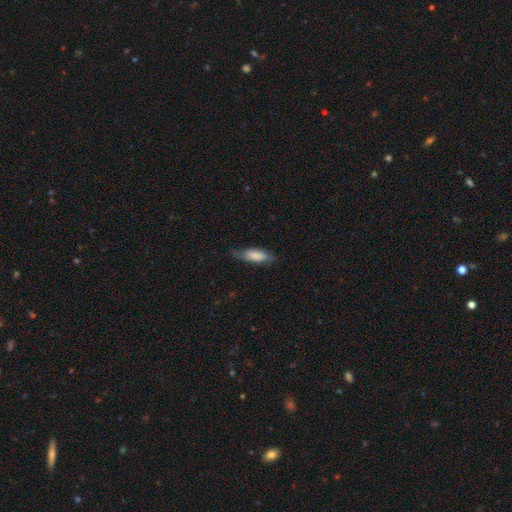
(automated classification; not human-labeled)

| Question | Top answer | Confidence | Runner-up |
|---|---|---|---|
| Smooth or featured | smooth | 75% | featured or disk (19%) |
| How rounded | in between | 62% | cigar-shaped (36%) |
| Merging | none | 62% | minor disturbance (28%) |